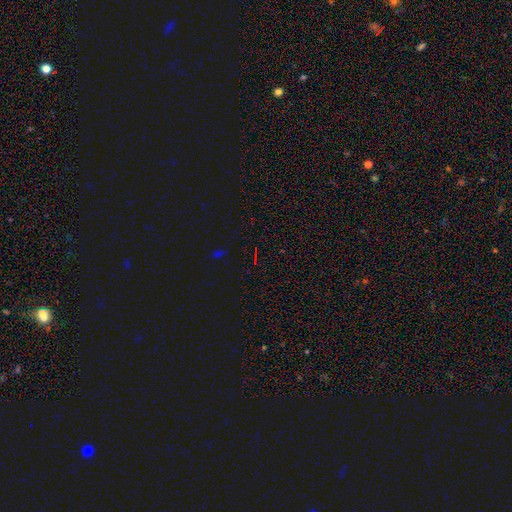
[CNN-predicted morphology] Smooth or featured? Predicted: star or artifact (p=0.76).